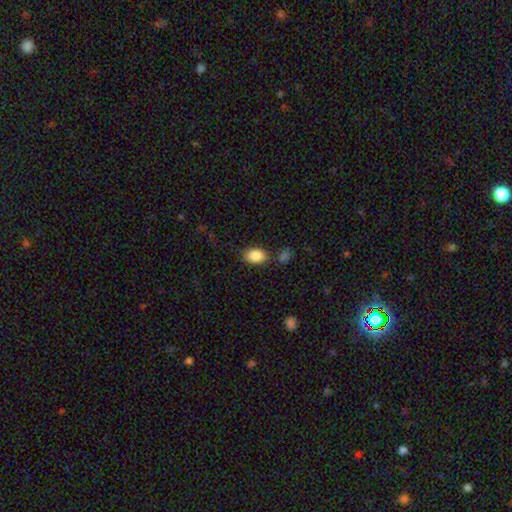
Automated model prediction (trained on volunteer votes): Smooth or featured? Predicted: smooth (p=0.87). How rounded? Predicted: in between (p=0.85). Merging? Predicted: none (p=0.78).